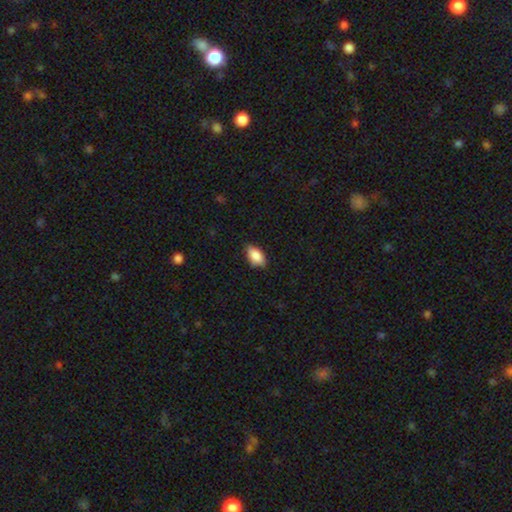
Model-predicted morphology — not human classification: A smooth galaxy with no disk features (84%) that is in between round and cigar-shaped (90%). Merging: none (80%).